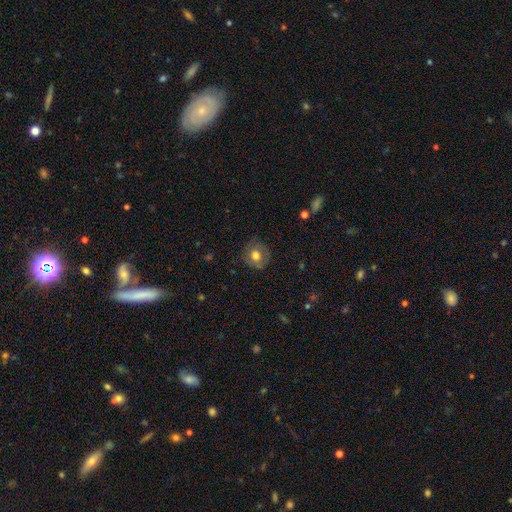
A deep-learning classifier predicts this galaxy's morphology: Overall: smooth (67%). How rounded: round (82%). Merging: none (76%).